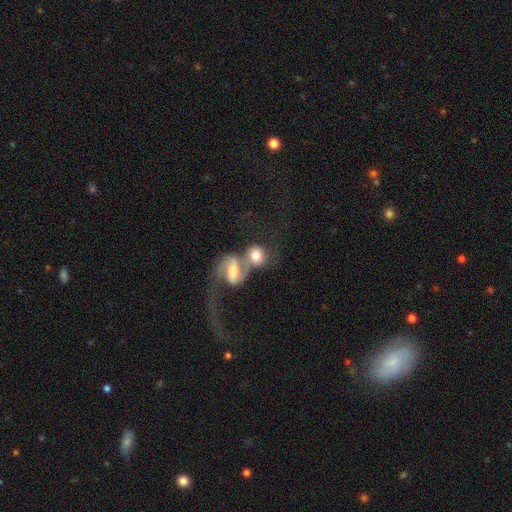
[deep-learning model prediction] A smooth galaxy with no disk features (53%) that is round (63%).

Vote fractions:
- Smooth or featured? smooth: 53% / featured or disk: 38% / star or artifact: 8%
- How rounded? round: 63% / in between: 34% / cigar-shaped: 2%
- Merging? merger: 66% / none: 19% / major disturbance: 9% / minor disturbance: 7%